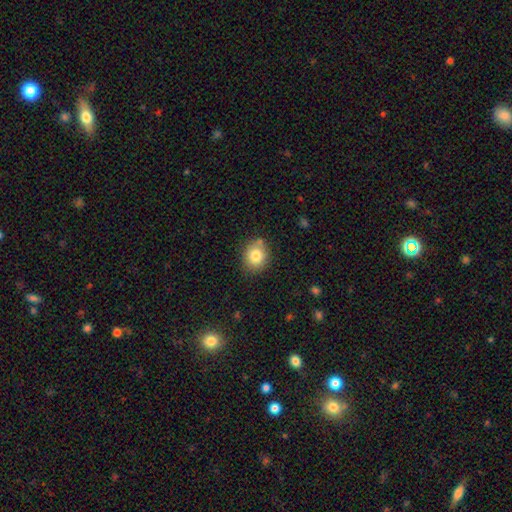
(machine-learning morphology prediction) A smooth galaxy with no disk features (82%) that is round (69%).

Vote fractions:
- Smooth or featured? smooth: 82% / star or artifact: 10% / featured or disk: 9%
- How rounded? round: 69% / in between: 30% / cigar-shaped: 1%
- Merging? none: 80% / minor disturbance: 12% / merger: 4% / major disturbance: 3%